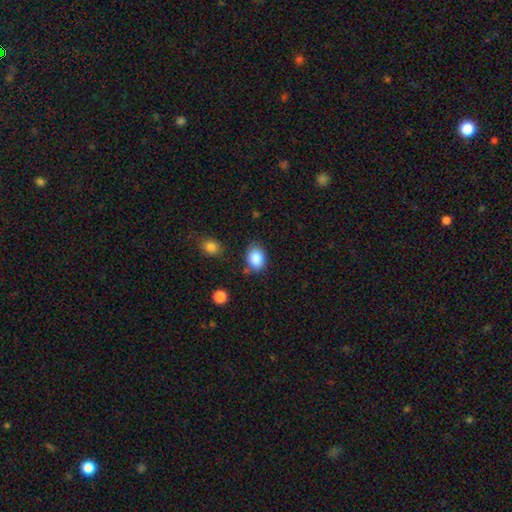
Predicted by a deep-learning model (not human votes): Smooth or featured: smooth — 88% (star or artifact — 8%)
How rounded: in between — 67% (round — 32%)
Merging: none — 74% (minor disturbance — 17%)